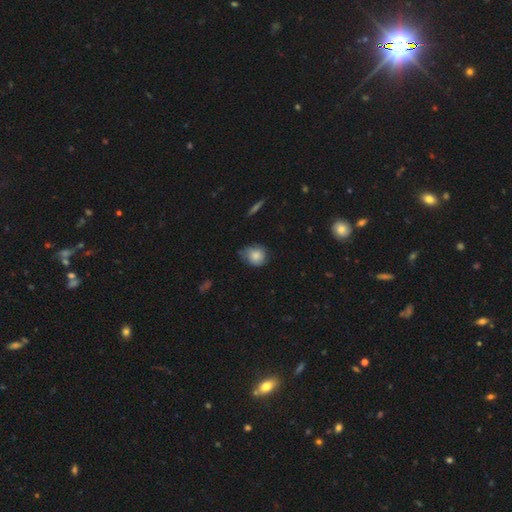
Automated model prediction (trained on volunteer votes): Smooth or featured?
  - smooth: 80% *
  - featured or disk: 12%
  - star or artifact: 8%
How rounded?
  - round: 75% *
  - in between: 24%
  - cigar-shaped: 1%
Merging?
  - none: 54% *
  - minor disturbance: 37%
  - major disturbance: 8%
  - merger: 2%